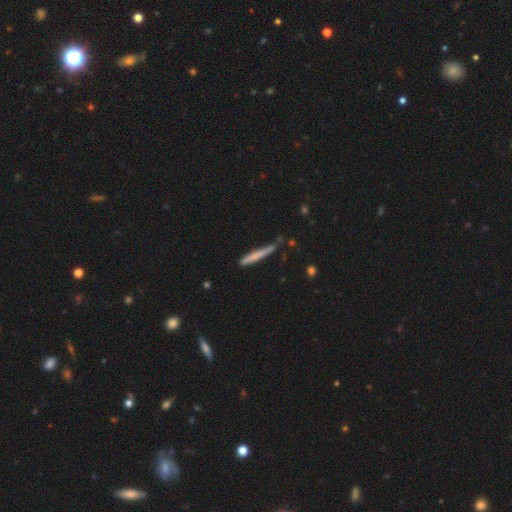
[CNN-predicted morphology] Smooth or featured?
  - smooth: 67% *
  - featured or disk: 27%
  - star or artifact: 6%
How rounded?
  - cigar-shaped: 96% *
  - in between: 3%
  - round: 1%
Merging?
  - none: 68% *
  - minor disturbance: 23%
  - merger: 5%
  - major disturbance: 4%